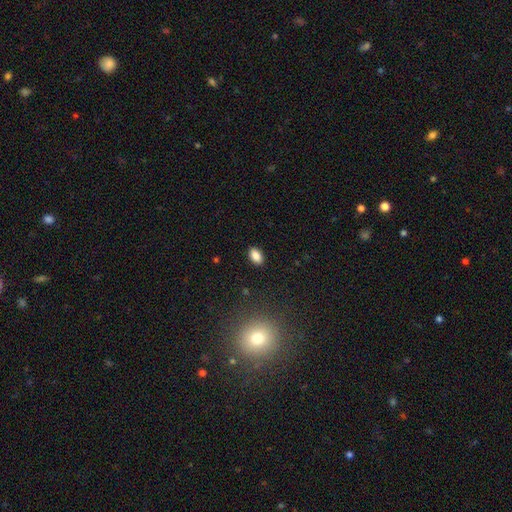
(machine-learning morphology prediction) Smooth or featured: smooth — 86% (star or artifact — 9%)
How rounded: in between — 91% (round — 7%)
Merging: none — 89% (minor disturbance — 8%)